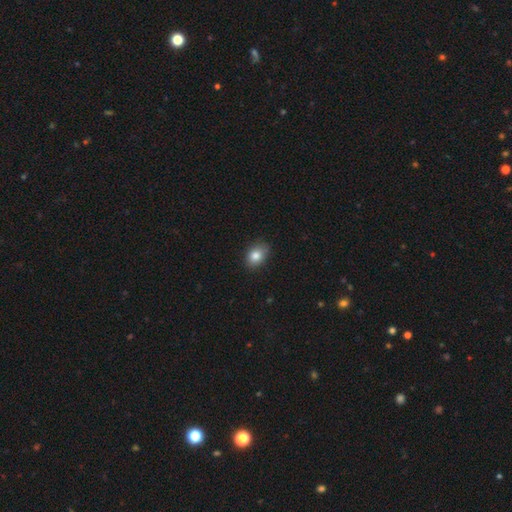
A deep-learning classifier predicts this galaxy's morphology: Smooth or featured? smooth (83%)
How rounded? in between (68%)
Merging? none (81%)